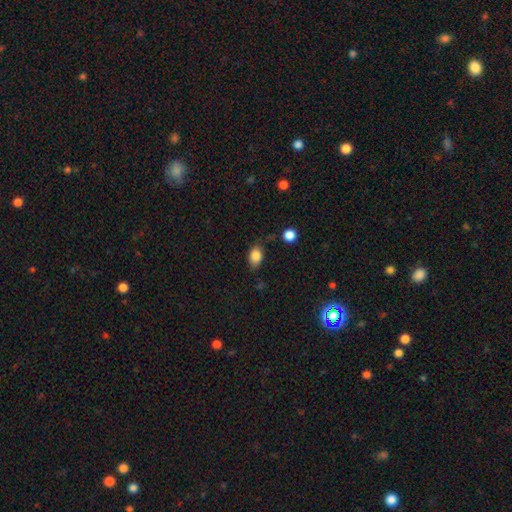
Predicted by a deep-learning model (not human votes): Smooth or featured: smooth — 85% (star or artifact — 9%)
How rounded: in between — 78% (round — 20%)
Merging: none — 69% (minor disturbance — 23%)